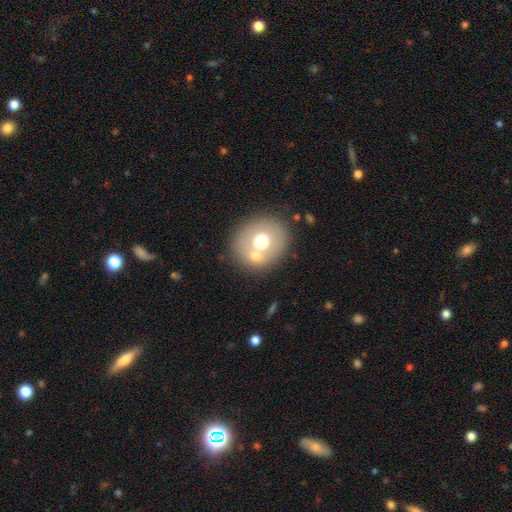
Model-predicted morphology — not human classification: Smooth or featured? smooth (63%)
How rounded? round (82%)
Merging? none (69%)